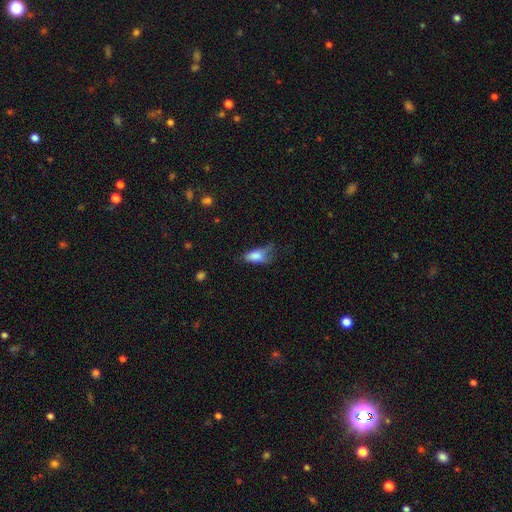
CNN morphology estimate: Smooth or featured? Predicted: smooth (p=0.77). How rounded? Predicted: in between (p=0.85). Merging? Predicted: minor disturbance (p=0.34).